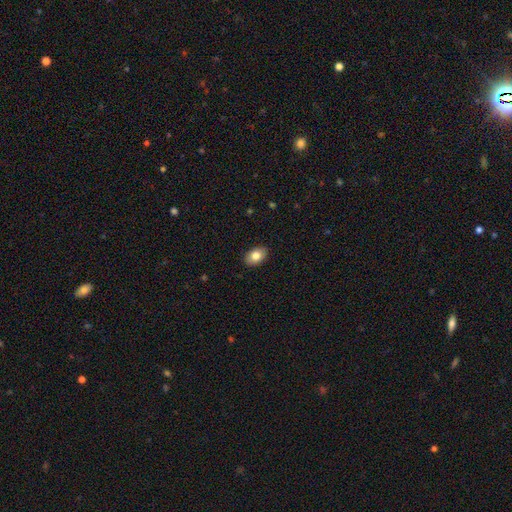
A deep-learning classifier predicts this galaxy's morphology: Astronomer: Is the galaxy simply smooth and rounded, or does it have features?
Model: smooth — 82%.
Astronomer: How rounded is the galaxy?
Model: in between — 85%.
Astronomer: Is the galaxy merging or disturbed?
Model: none — 89%.